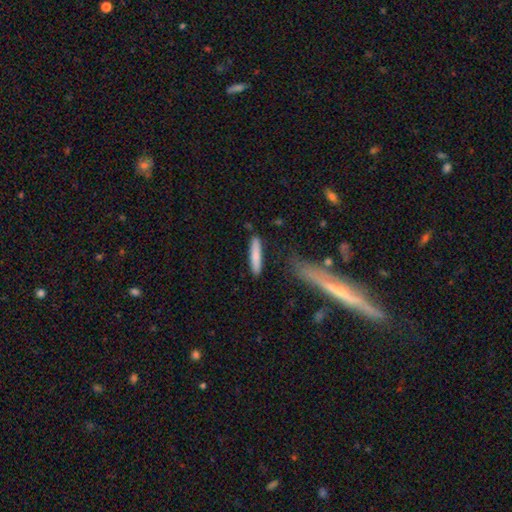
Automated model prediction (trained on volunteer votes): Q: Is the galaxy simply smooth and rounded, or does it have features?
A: smooth — 80%.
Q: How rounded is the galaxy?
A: cigar-shaped — 87%.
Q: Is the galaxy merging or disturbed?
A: none — 83%.